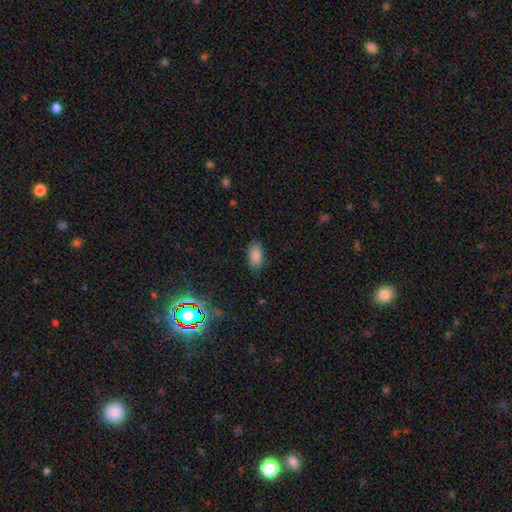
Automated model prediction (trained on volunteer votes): smooth_or_featured: smooth (p=0.86) [alt: star or artifact p=0.09]
how_rounded: in between (p=0.92) [alt: round p=0.04]
merging: none (p=0.84) [alt: minor disturbance p=0.12]